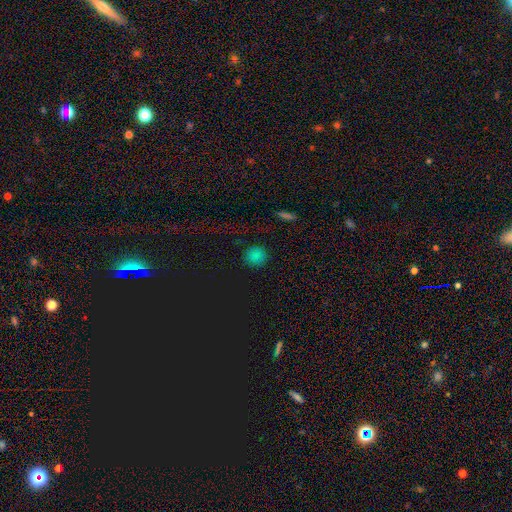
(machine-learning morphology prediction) Overall: smooth (78%). How rounded: round (92%). Merging: none (89%).